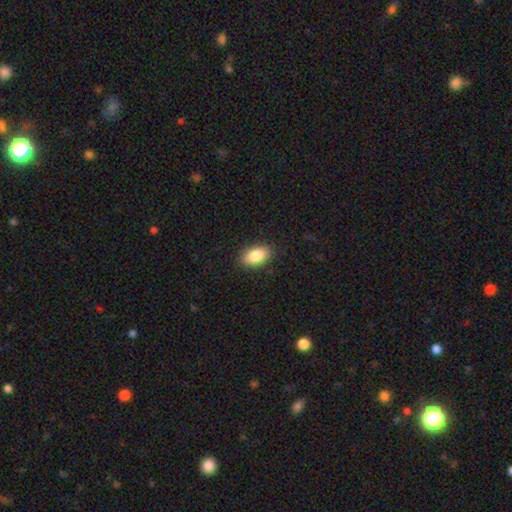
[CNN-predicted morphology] Smooth or featured? smooth (85%)
How rounded? in between (91%)
Merging? none (88%)